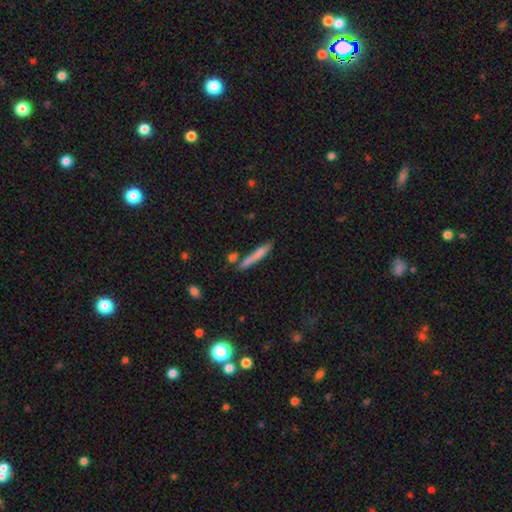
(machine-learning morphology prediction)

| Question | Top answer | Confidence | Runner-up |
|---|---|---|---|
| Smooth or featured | smooth | 67% | featured or disk (26%) |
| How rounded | cigar-shaped | 94% | in between (4%) |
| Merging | none | 77% | minor disturbance (13%) |